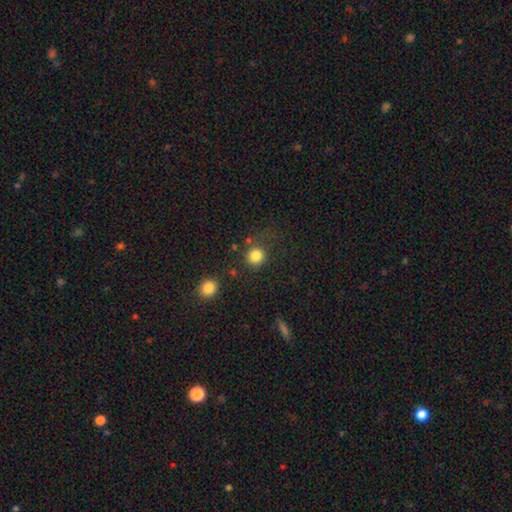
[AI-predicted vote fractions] The model was most divided on "merging": none: 77%, minor disturbance: 11%, major disturbance: 6%, merger: 6%. More confident: how rounded — round (89%); smooth or featured — smooth (84%).